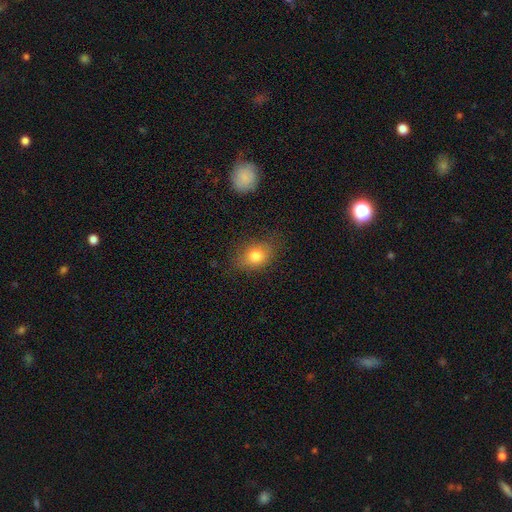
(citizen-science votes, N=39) Volunteers were most divided on "how rounded": in between: 70%, round: 30%, cigar-shaped: 0%. More confident: smooth or featured — smooth (77%); merging — none (76%).